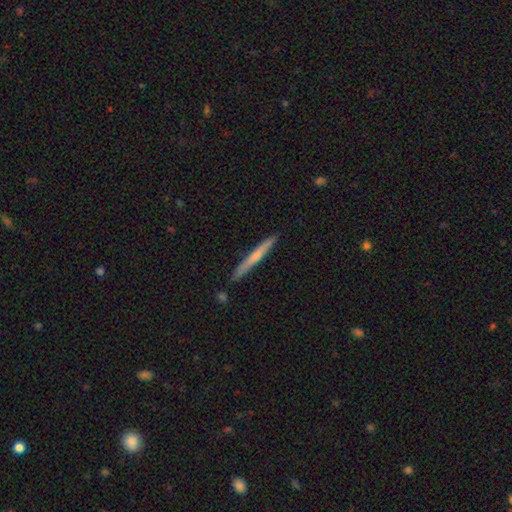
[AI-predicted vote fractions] smooth 49%, featured or disk 45%, star or artifact 5%. Down the decision tree: merging — none (89%).